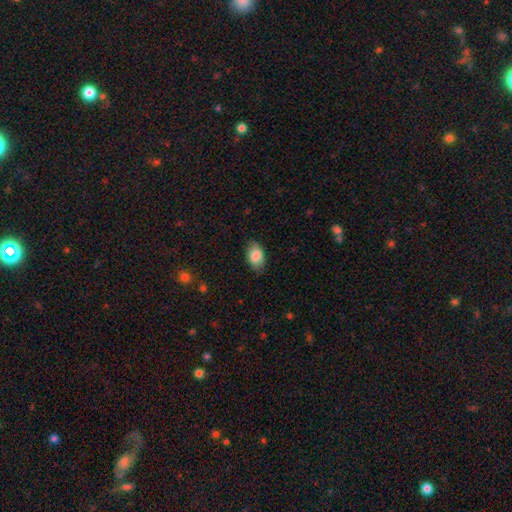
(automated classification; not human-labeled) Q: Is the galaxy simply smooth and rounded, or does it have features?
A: smooth — 85%.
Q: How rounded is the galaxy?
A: in between — 88%.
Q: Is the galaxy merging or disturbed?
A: none — 82%.